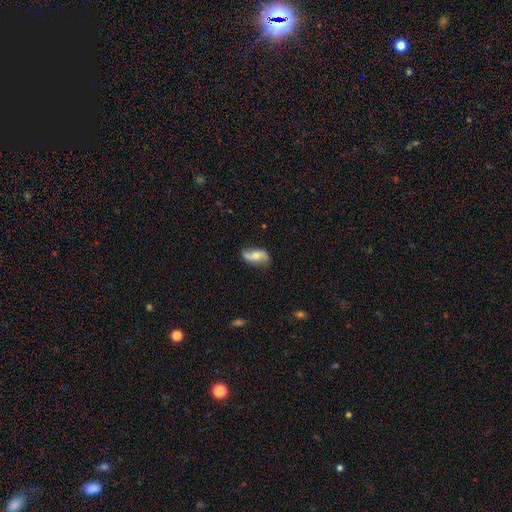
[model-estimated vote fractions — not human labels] smooth-or-featured: featured or disk: 64% | smooth: 29% | star or artifact: 7%
  disk-edge-on: no: 91% | yes: 9%
    bar: no: 53% | weak: 31% | strong: 15%
    has-spiral-arms: yes: 88% | no: 12%
      spiral-winding: loose: 82% | medium: 13% | tight: 5%
      spiral-arm-count: 2: 91% | can't tell: 4% | 1: 2% | 3: 1% | 4: 1% | more than 4: 1%
    bulge-size: moderate: 61% | small: 29% | large: 5% | none: 3% | dominant: 1%
  merging: none: 74% | minor disturbance: 19% | major disturbance: 5% | merger: 2%